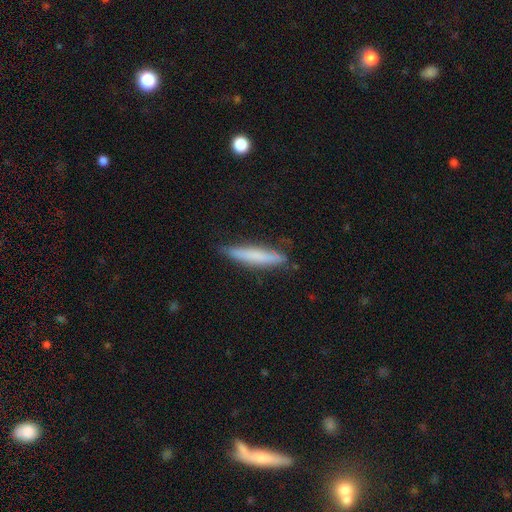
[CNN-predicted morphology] Smooth or featured: smooth — 69% (featured or disk — 24%)
How rounded: cigar-shaped — 90% (in between — 9%)
Merging: none — 80% (minor disturbance — 16%)